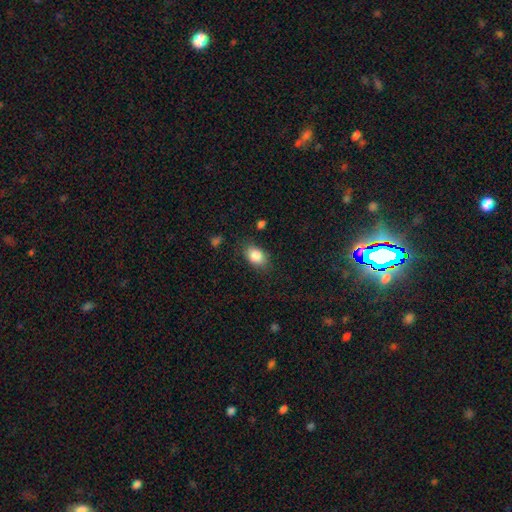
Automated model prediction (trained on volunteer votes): Morphology: type=smooth (86%); roundness=in between (80%); merging=none (78%).